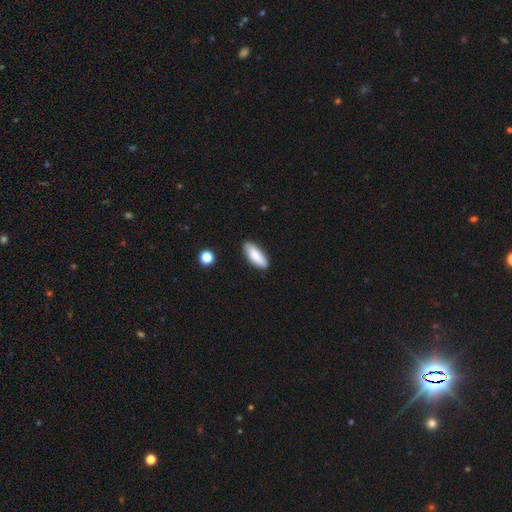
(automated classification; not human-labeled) A smooth galaxy with no disk features (86%) that is in between round and cigar-shaped (69%).

Vote fractions:
- Smooth or featured? smooth: 86% / featured or disk: 8% / star or artifact: 6%
- How rounded? in between: 69% / cigar-shaped: 29% / round: 2%
- Merging? none: 85% / minor disturbance: 12% / major disturbance: 2% / merger: 2%